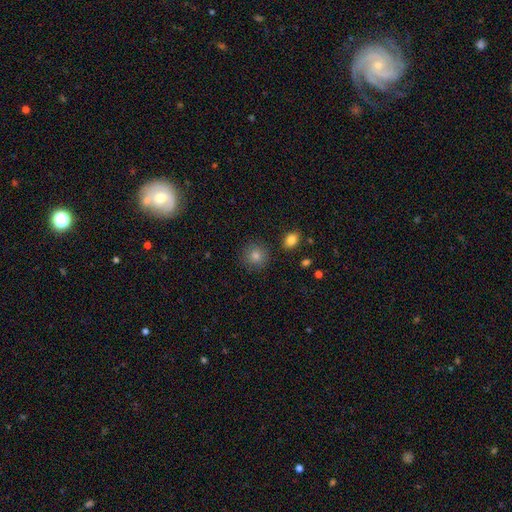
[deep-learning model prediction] Smooth or featured? Predicted: smooth (p=0.77). How rounded? Predicted: round (p=0.92). Merging? Predicted: none (p=0.89).